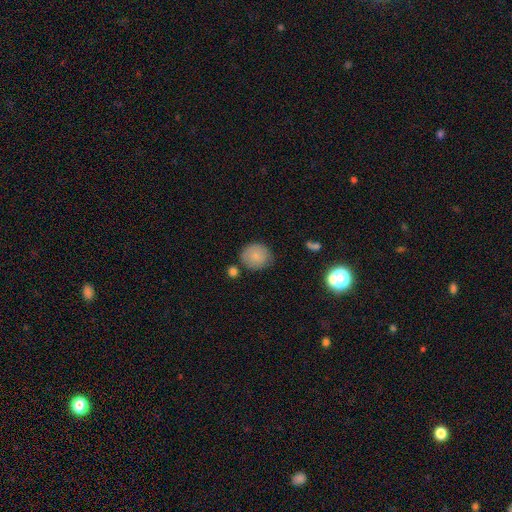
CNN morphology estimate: smooth_or_featured: smooth (p=0.83) [alt: featured or disk p=0.10]
how_rounded: round (p=0.86) [alt: in between p=0.13]
merging: none (p=0.74) [alt: minor disturbance p=0.16]